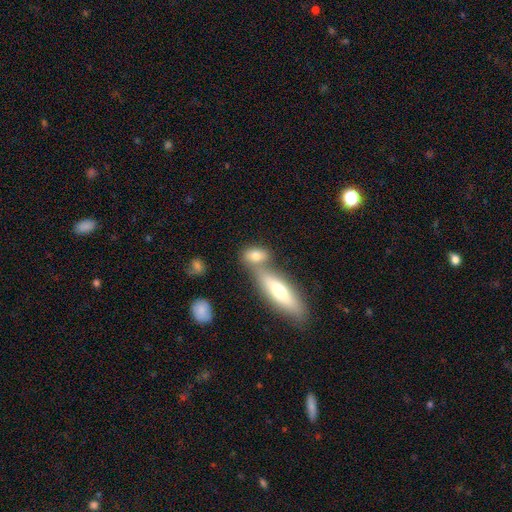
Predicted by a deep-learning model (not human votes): Q: Smooth or featured?
A: smooth (75%); runner-up: featured or disk (16%)
Q: How rounded?
A: in between (74%); runner-up: cigar-shaped (14%)
Q: Merging?
A: none (48%); runner-up: merger (38%)